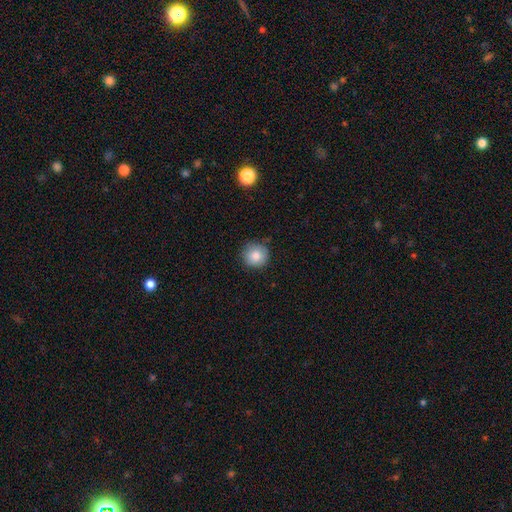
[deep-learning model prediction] The model was most divided on "merging": none: 84%, minor disturbance: 12%, major disturbance: 2%, merger: 1%. More confident: how rounded — round (94%); smooth or featured — smooth (84%).